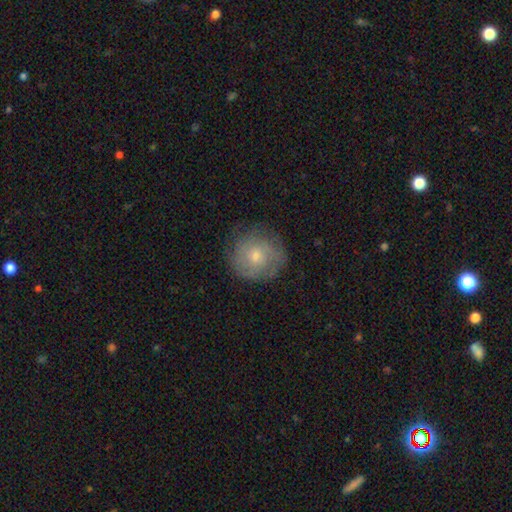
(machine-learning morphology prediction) smooth 48%, featured or disk 43%, star or artifact 9%. Down the decision tree: merging — none (78%).